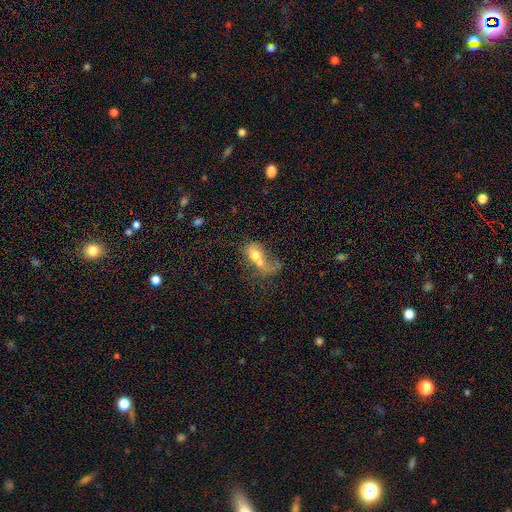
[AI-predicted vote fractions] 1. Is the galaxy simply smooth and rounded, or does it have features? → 58% smooth, 32% featured or disk, 10% star or artifact.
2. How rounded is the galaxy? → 71% in between, 25% round, 5% cigar-shaped.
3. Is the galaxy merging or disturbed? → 52% merger, 24% major disturbance, 14% none, 10% minor disturbance.